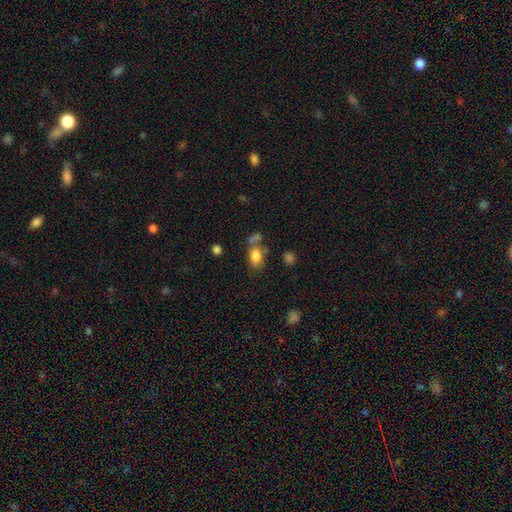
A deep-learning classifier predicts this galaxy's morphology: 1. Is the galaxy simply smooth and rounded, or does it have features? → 82% smooth, 10% star or artifact, 8% featured or disk.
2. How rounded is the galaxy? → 79% in between, 19% round, 2% cigar-shaped.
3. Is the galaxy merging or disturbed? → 52% none, 22% merger, 17% minor disturbance, 8% major disturbance.